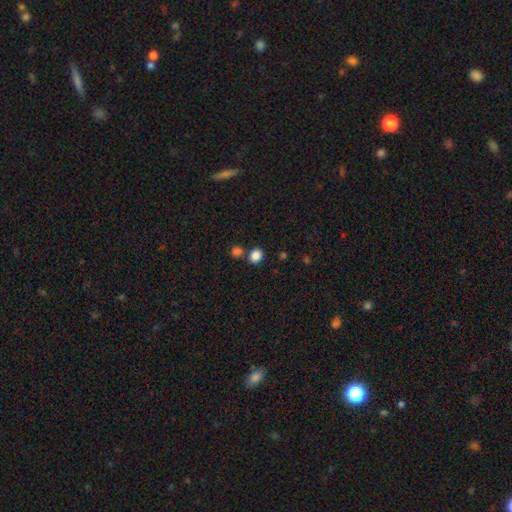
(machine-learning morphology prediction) Smooth or featured: smooth — 85% (star or artifact — 11%)
How rounded: round — 67% (in between — 32%)
Merging: none — 71% (merger — 17%)